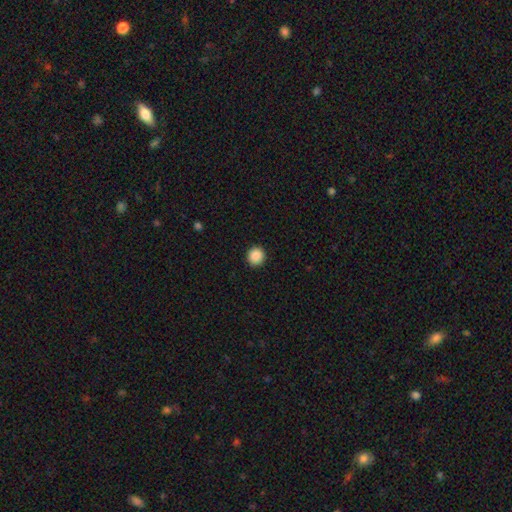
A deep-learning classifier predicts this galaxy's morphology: A smooth galaxy with no disk features (88%) that is round (92%).

Vote fractions:
- Smooth or featured? smooth: 88% / star or artifact: 9% / featured or disk: 3%
- How rounded? round: 92% / in between: 7% / cigar-shaped: 1%
- Merging? none: 93% / minor disturbance: 5% / major disturbance: 2% / merger: 1%